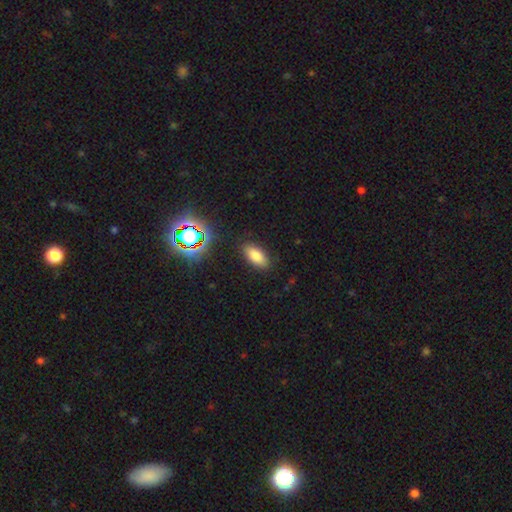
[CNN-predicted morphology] smooth_or_featured: smooth (p=0.78) [alt: star or artifact p=0.13]
how_rounded: in between (p=0.88) [alt: cigar-shaped p=0.08]
merging: none (p=0.87) [alt: minor disturbance p=0.09]